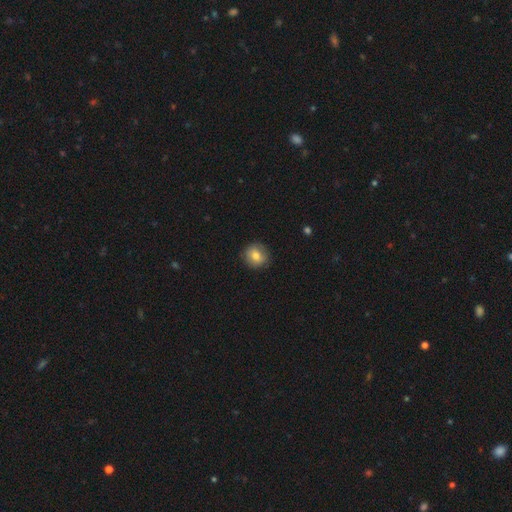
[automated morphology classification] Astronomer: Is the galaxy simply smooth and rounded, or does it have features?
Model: smooth — 79%.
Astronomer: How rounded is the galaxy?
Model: round — 88%.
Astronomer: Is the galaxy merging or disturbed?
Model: none — 87%.